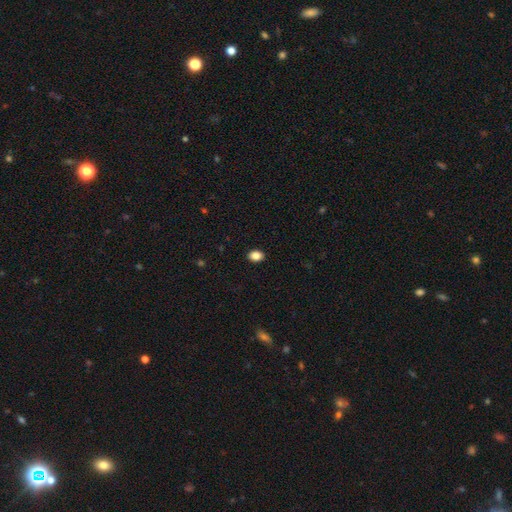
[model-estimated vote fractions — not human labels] smooth 87%, star or artifact 9%, featured or disk 4%. Down the decision tree: how rounded — in between (69%); merging — none (90%).